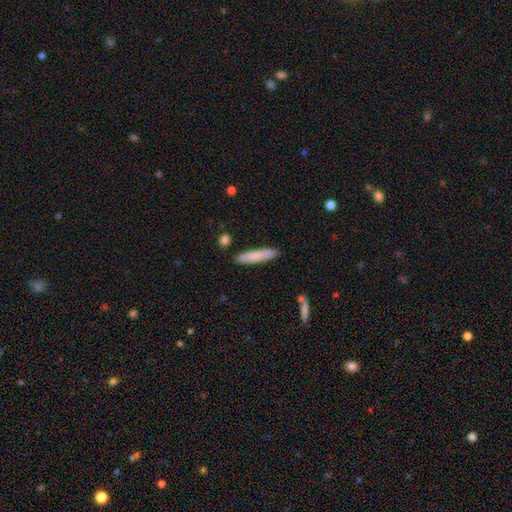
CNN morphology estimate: smooth_or_featured: smooth (p=0.80) [alt: featured or disk p=0.15]
how_rounded: cigar-shaped (p=0.88) [alt: in between p=0.11]
merging: none (p=0.86) [alt: minor disturbance p=0.10]